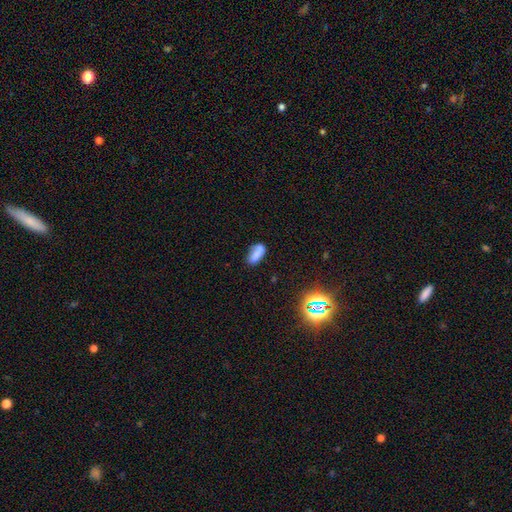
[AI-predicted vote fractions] Smooth or featured?
  - smooth: 75% *
  - featured or disk: 13%
  - star or artifact: 12%
How rounded?
  - in between: 73% *
  - cigar-shaped: 23%
  - round: 4%
Merging?
  - none: 61% *
  - minor disturbance: 21%
  - merger: 11%
  - major disturbance: 7%